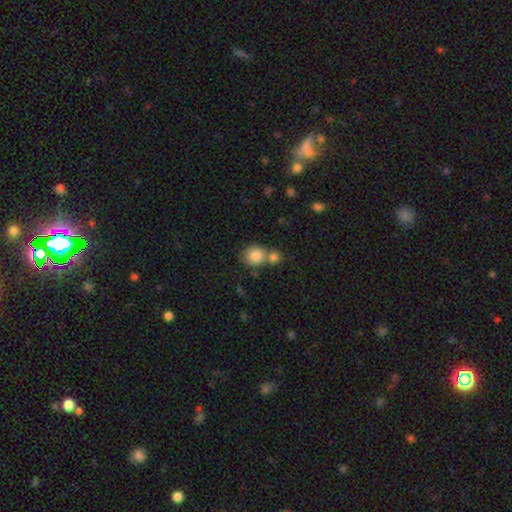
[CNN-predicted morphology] This appears to be a smooth galaxy with no disk features (85%) that is round (74%). Merging: none (46%).